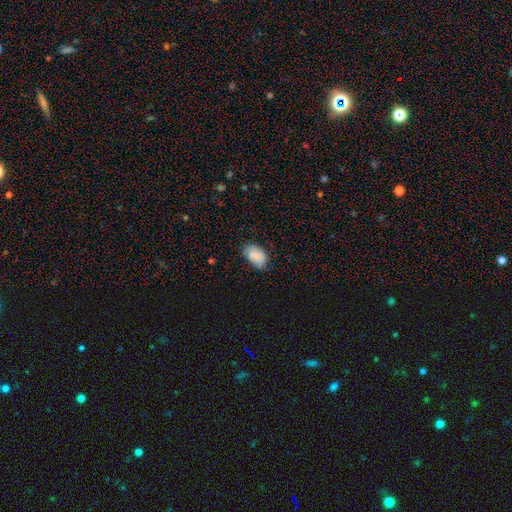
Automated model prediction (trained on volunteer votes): A smooth galaxy with no disk features (82%) that is in between round and cigar-shaped (87%).

Vote fractions:
- Smooth or featured? smooth: 82% / featured or disk: 9% / star or artifact: 8%
- How rounded? in between: 87% / round: 12% / cigar-shaped: 1%
- Merging? none: 60% / minor disturbance: 31% / major disturbance: 7% / merger: 2%